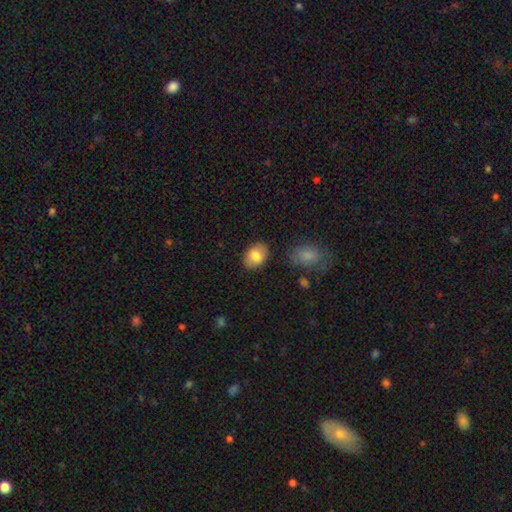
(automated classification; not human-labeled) Smooth or featured? Predicted: smooth (p=0.81). How rounded? Predicted: in between (p=0.82). Merging? Predicted: none (p=0.85).